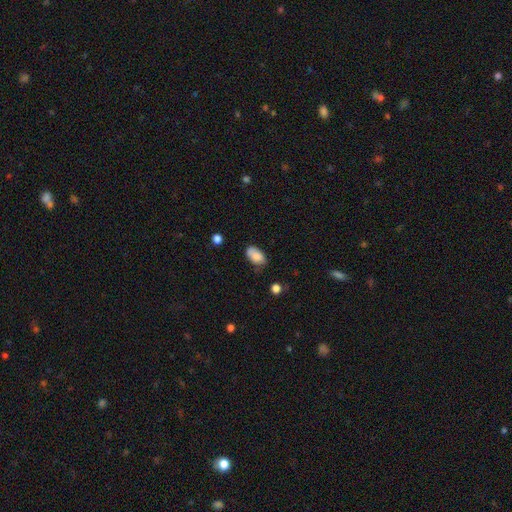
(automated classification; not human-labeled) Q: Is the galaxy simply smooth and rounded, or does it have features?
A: smooth — 81%.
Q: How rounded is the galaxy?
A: in between — 93%.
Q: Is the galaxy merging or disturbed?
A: none — 63%.